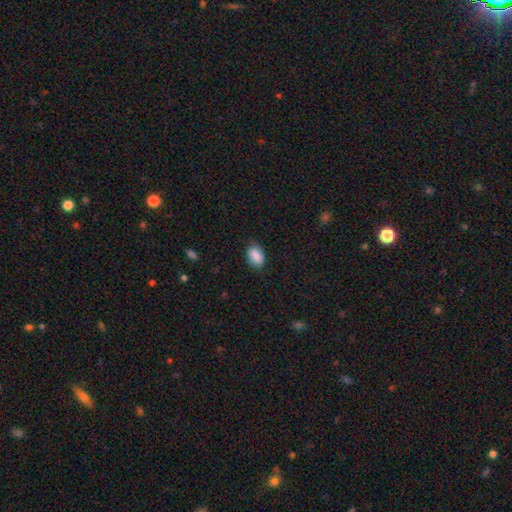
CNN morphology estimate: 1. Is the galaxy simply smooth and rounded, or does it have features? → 84% smooth, 9% featured or disk, 7% star or artifact.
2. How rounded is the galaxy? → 88% in between, 11% round, 1% cigar-shaped.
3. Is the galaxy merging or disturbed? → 78% none, 17% minor disturbance, 4% major disturbance, 1% merger.